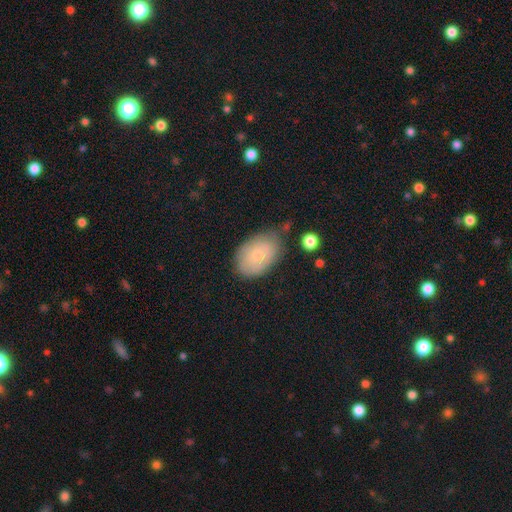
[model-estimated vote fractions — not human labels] Smooth or featured?
  - smooth: 74% *
  - featured or disk: 19%
  - star or artifact: 8%
How rounded?
  - in between: 89% *
  - round: 10%
  - cigar-shaped: 1%
Merging?
  - none: 64% *
  - minor disturbance: 26%
  - major disturbance: 6%
  - merger: 4%